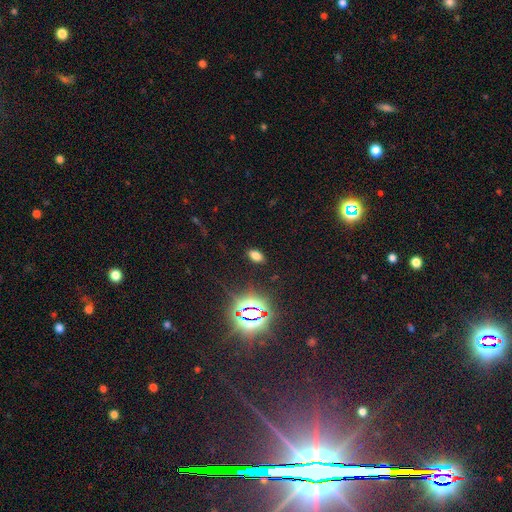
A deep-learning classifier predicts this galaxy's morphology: Smooth or featured: smooth — 65% (star or artifact — 28%)
How rounded: in between — 90% (round — 7%)
Merging: none — 87% (minor disturbance — 8%)